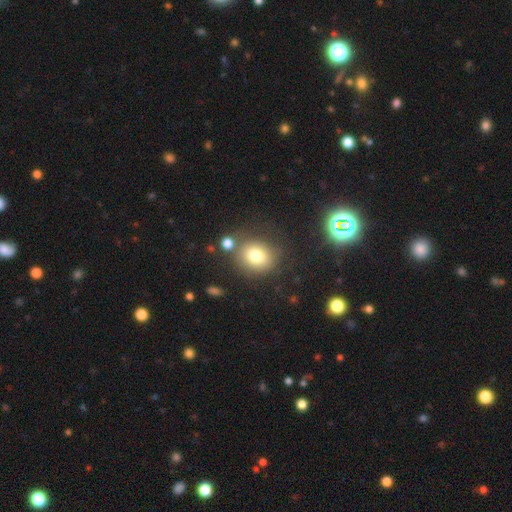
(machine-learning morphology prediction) Smooth or featured: smooth — 77% (star or artifact — 12%)
How rounded: round — 72% (in between — 27%)
Merging: none — 71% (minor disturbance — 13%)